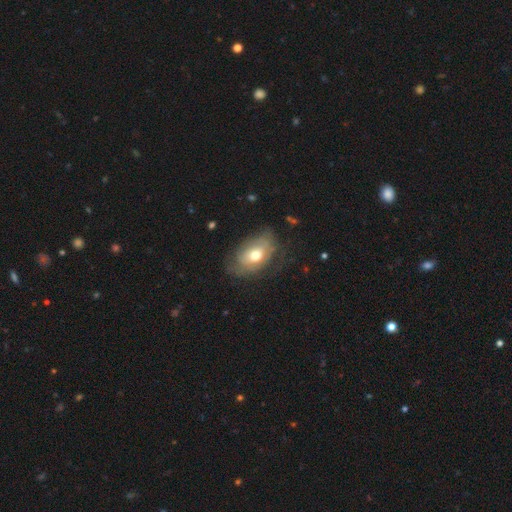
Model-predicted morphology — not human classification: Overall: smooth (53%; featured or disk 40%). How rounded: in between (88%). Merging: none (60%; minor disturbance 26%).